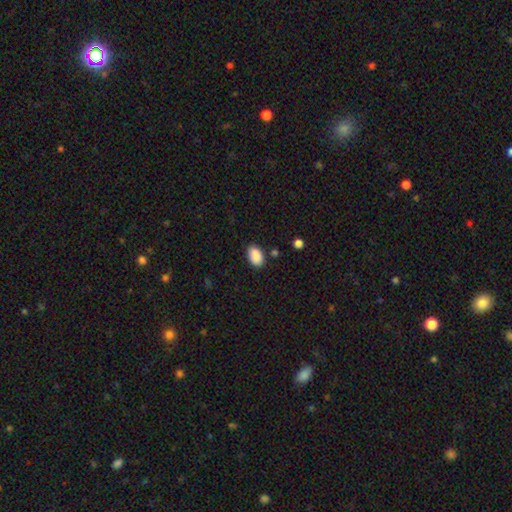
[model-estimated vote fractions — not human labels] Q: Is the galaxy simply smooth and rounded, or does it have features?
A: smooth — 90%.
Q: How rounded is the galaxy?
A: in between — 91%.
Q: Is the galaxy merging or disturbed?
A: none — 82%.